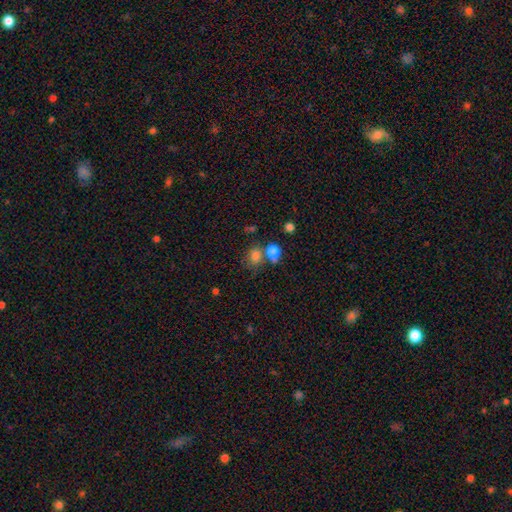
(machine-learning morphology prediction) smooth 76%, star or artifact 15%, featured or disk 9%. Down the decision tree: how rounded — round (54%); merging — none (50%).